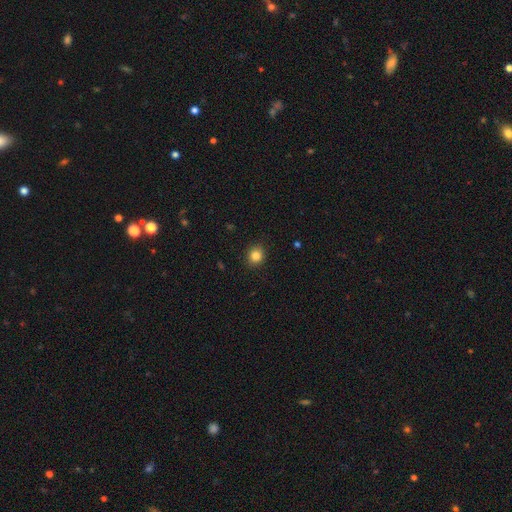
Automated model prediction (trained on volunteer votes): Overall: smooth (83%). How rounded: round (82%). Merging: none (91%).